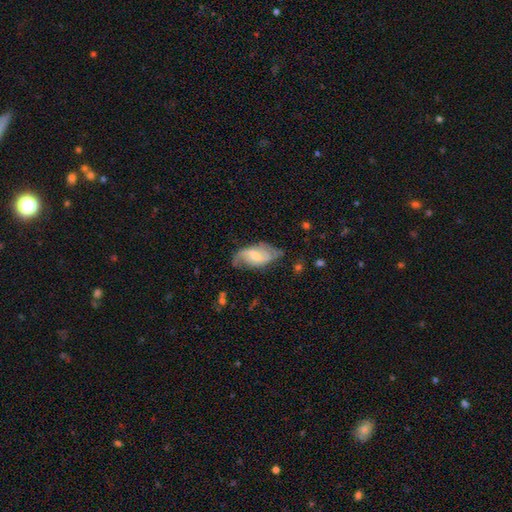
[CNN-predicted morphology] type=featured or disk (70%); edge-on=no (95%); bar=weak (56%); spiral arms=yes (90%); winding=loose (44%); arm count=2 (80%); bulge=moderate (42%); merging=none (56%).